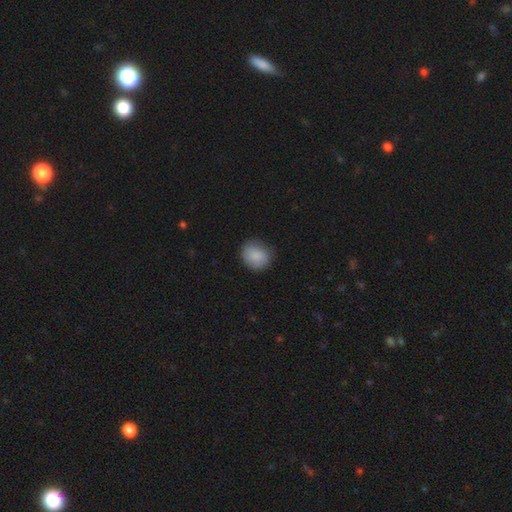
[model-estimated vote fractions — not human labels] Morphology: type=smooth (87%); roundness=round (76%); merging=none (83%).